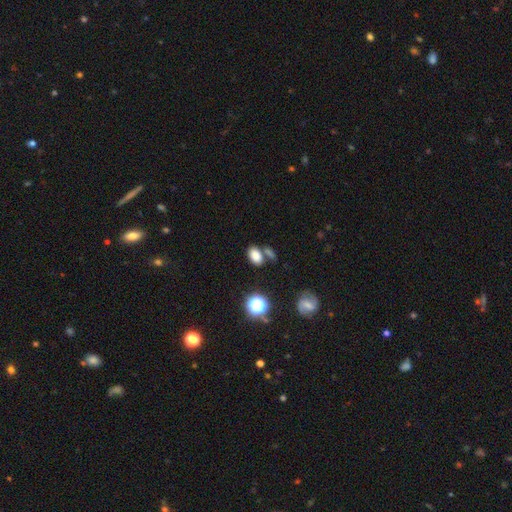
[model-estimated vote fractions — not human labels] smooth-or-featured: smooth: 80% | star or artifact: 13% | featured or disk: 7%
  how-rounded: in between: 83% | round: 15% | cigar-shaped: 2%
  merging: none: 61% | merger: 21% | minor disturbance: 13% | major disturbance: 5%